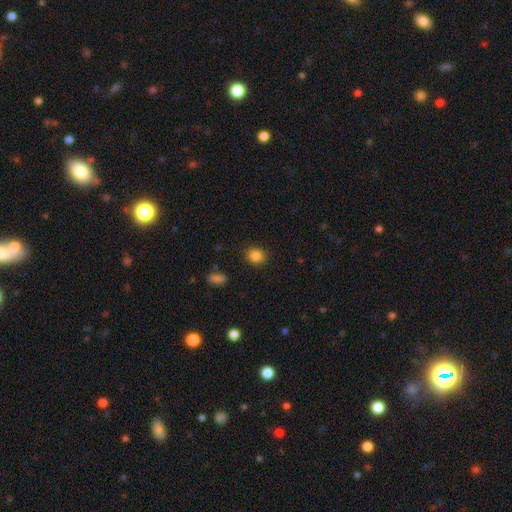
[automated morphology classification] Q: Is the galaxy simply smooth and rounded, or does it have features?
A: smooth — 85%.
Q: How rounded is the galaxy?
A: round — 61%.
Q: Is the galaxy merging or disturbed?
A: none — 88%.